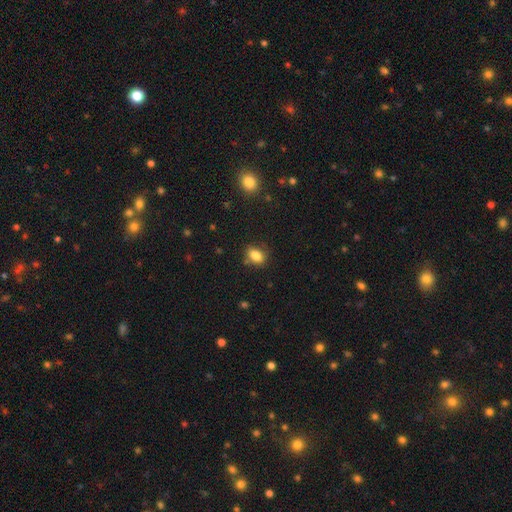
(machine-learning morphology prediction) A smooth galaxy with no disk features (84%) that is in between round and cigar-shaped (73%).

Vote fractions:
- Smooth or featured? smooth: 84% / star or artifact: 10% / featured or disk: 6%
- How rounded? in between: 73% / round: 25% / cigar-shaped: 1%
- Merging? none: 79% / minor disturbance: 14% / merger: 4% / major disturbance: 3%